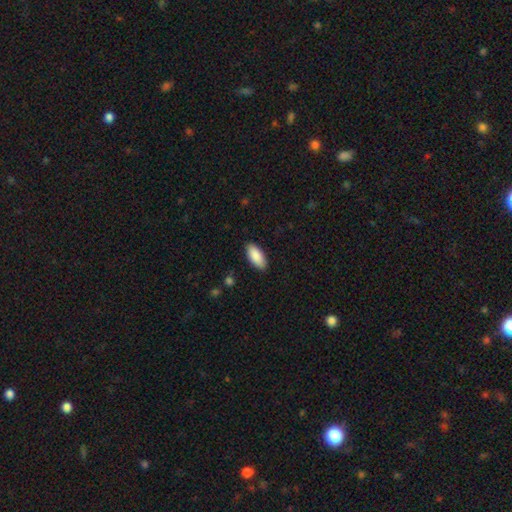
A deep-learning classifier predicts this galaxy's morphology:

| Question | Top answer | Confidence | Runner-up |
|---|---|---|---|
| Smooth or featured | smooth | 89% | star or artifact (6%) |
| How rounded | in between | 90% | cigar-shaped (9%) |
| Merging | none | 88% | minor disturbance (9%) |